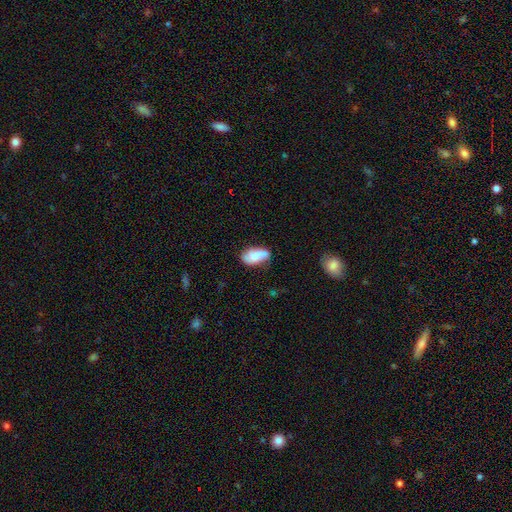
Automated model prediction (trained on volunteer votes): A smooth galaxy with no disk features (65%) that is in between round and cigar-shaped (91%).

Vote fractions:
- Smooth or featured? smooth: 65% / featured or disk: 27% / star or artifact: 8%
- How rounded? in between: 91% / round: 5% / cigar-shaped: 4%
- Merging? none: 56% / minor disturbance: 31% / major disturbance: 9% / merger: 4%